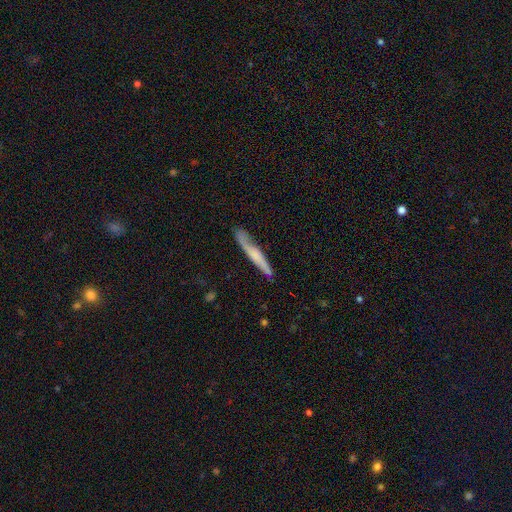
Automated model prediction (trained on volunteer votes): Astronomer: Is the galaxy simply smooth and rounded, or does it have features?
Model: featured or disk — 48% (runner-up: smooth, 47%).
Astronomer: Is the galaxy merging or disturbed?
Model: none — 71%.